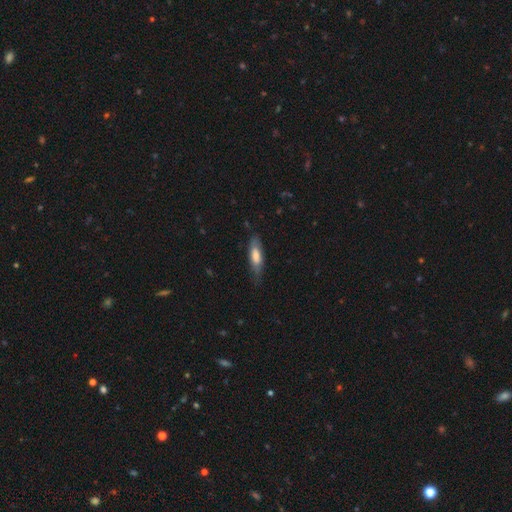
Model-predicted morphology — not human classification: Smooth or featured? smooth (63%)
How rounded? in between (51%)
Merging? none (70%)